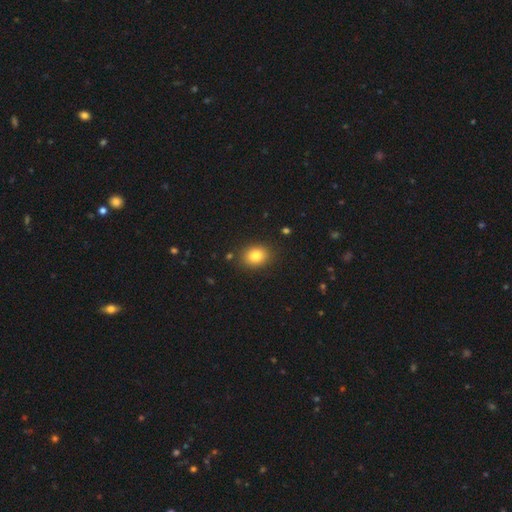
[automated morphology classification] This is clearly a smooth galaxy (82%). How rounded: possibly in between (51%). Merging: clearly none (87%).